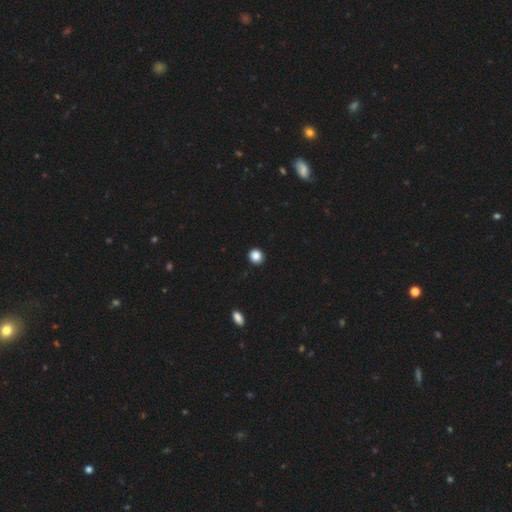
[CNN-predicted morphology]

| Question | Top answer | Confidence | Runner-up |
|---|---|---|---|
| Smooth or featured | smooth | 87% | star or artifact (11%) |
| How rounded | round | 91% | in between (8%) |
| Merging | none | 92% | minor disturbance (5%) |